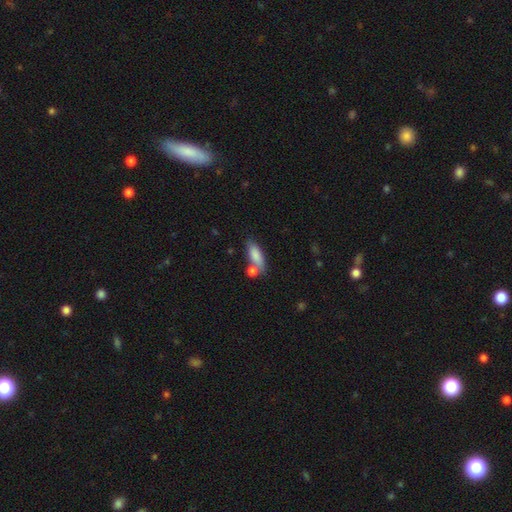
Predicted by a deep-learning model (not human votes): A smooth galaxy with no disk features (83%) that is in between round and cigar-shaped (71%). Merging: none (53%).